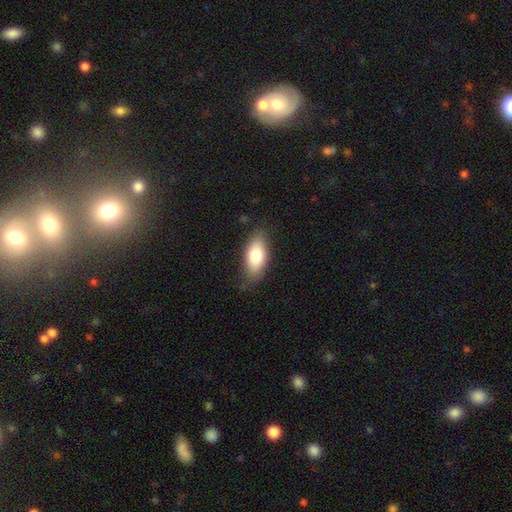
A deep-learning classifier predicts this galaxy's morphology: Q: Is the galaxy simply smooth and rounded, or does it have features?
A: smooth — 76%.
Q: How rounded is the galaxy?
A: in between — 87%.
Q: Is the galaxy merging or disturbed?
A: none — 78%.